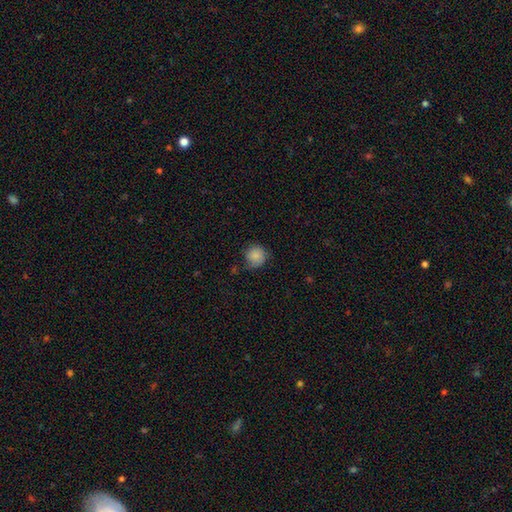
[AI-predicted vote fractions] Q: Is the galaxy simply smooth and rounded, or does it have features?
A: smooth — 85%.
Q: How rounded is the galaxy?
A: round — 91%.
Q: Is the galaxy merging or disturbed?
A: none — 71%.